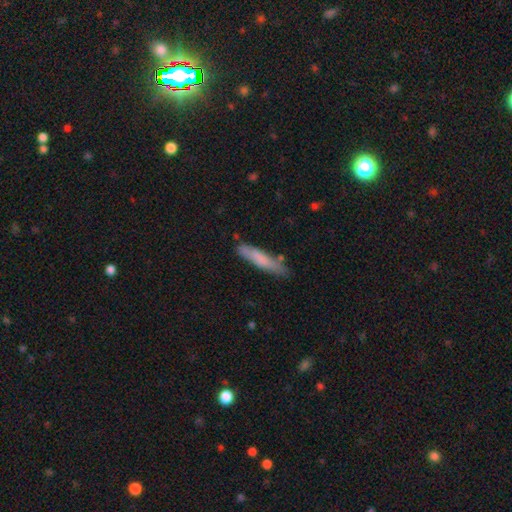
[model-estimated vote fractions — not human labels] smooth_or_featured: smooth (p=0.68) [alt: featured or disk p=0.25]
how_rounded: cigar-shaped (p=0.88) [alt: in between p=0.10]
merging: none (p=0.76) [alt: minor disturbance p=0.17]